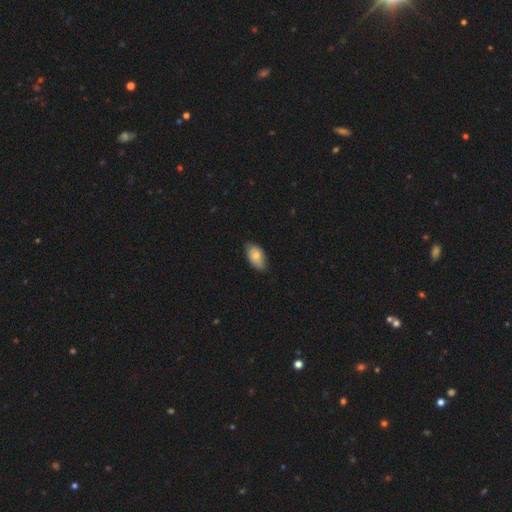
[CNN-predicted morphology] The model was most divided on "merging": none: 72%, minor disturbance: 24%, major disturbance: 3%, merger: 1%. More confident: how rounded — in between (93%); smooth or featured — smooth (75%).